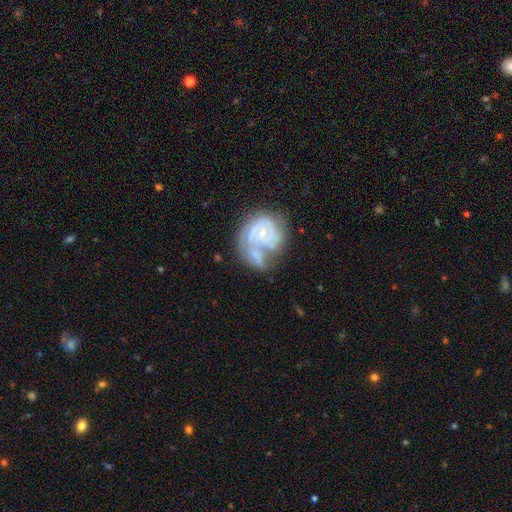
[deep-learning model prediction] This appears to be a featured or disk galaxy (73%) with no bar (74%), tight (58%) spiral arms (79%) and a small central bulge (66%). Merging: none (31%).